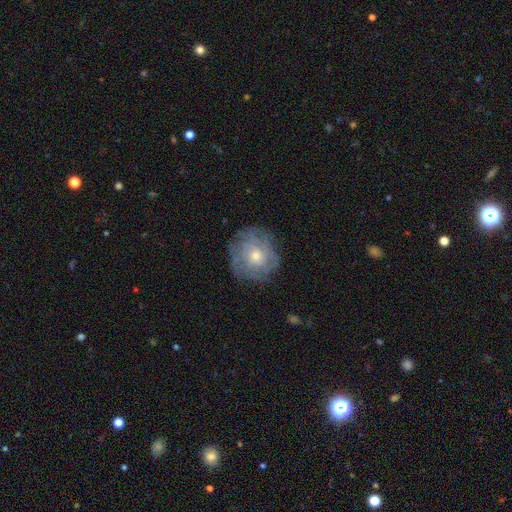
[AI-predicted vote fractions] Smooth or featured: featured or disk — 60% (smooth — 30%)
Edge-on disk: no — 97% (yes — 3%)
Bar: no — 85% (weak — 13%)
Spiral arms: yes — 72% (no — 28%)
Bulge size: moderate — 57% (small — 38%)
Merging: none — 79% (minor disturbance — 14%)